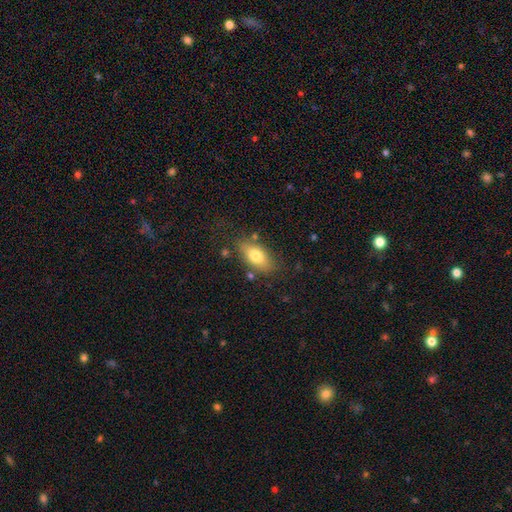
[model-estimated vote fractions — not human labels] This appears to be a smooth galaxy with no disk features (75%) that is in between round and cigar-shaped (86%). Merging: none (76%).